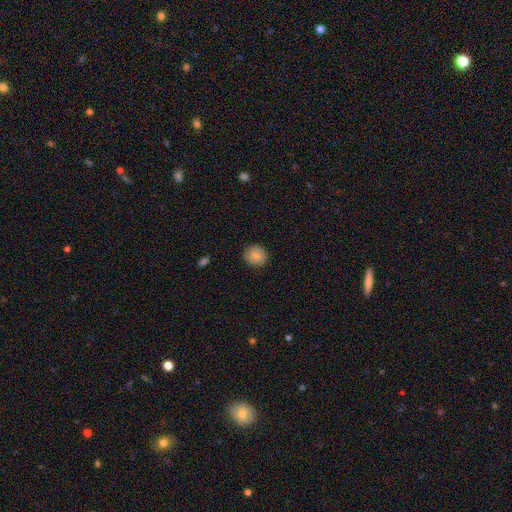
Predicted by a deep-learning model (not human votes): Morphology: type=smooth (84%); roundness=round (87%); merging=none (90%).